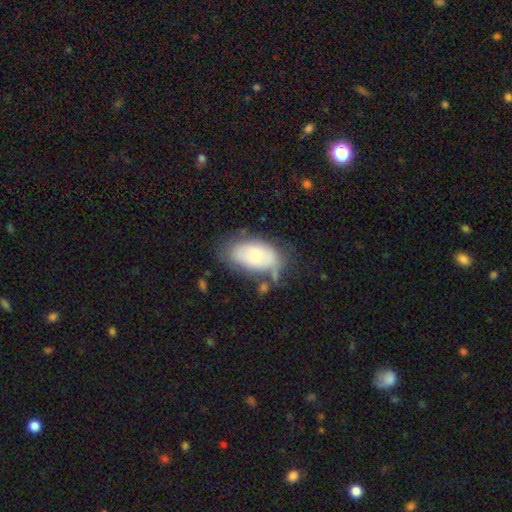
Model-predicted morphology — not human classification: The model was most divided on "smooth or featured": smooth: 58%, featured or disk: 35%, star or artifact: 7%. More confident: how rounded — in between (93%); merging — none (52%).